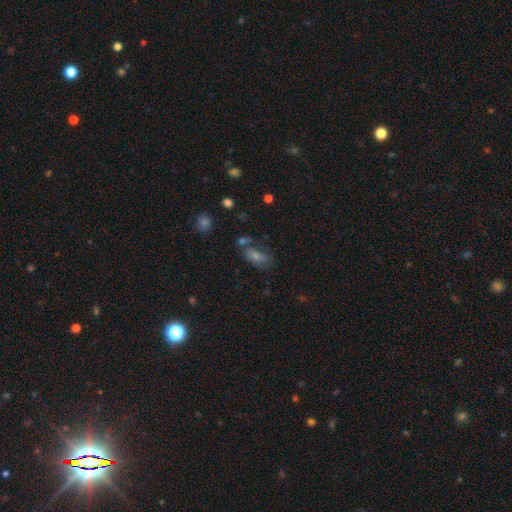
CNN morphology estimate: smooth-or-featured: smooth: 41% | featured or disk: 35% | star or artifact: 24%
  merging: none: 58% | minor disturbance: 18% | merger: 14% | major disturbance: 10%